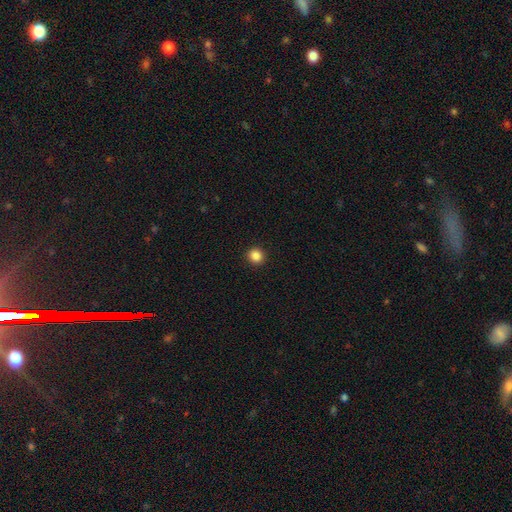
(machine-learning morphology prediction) This appears to be a smooth galaxy with no disk features (86%) that is round (91%). Merging: none (93%).